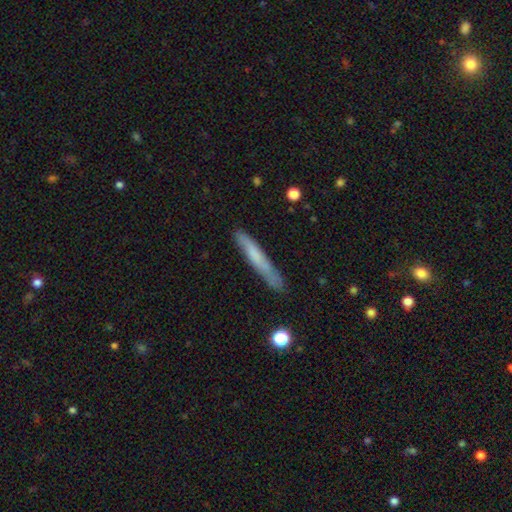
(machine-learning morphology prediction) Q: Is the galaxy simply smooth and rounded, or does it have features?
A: smooth — 60%.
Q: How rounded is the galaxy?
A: cigar-shaped — 95%.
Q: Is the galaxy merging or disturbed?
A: none — 74%.